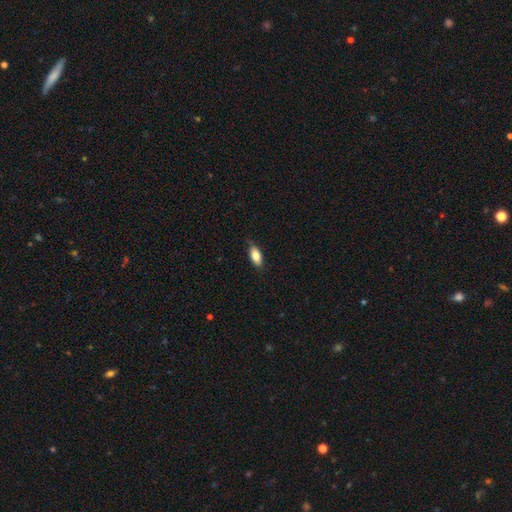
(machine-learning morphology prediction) smooth 81%, featured or disk 12%, star or artifact 7%. Down the decision tree: how rounded — in between (85%); merging — none (77%).